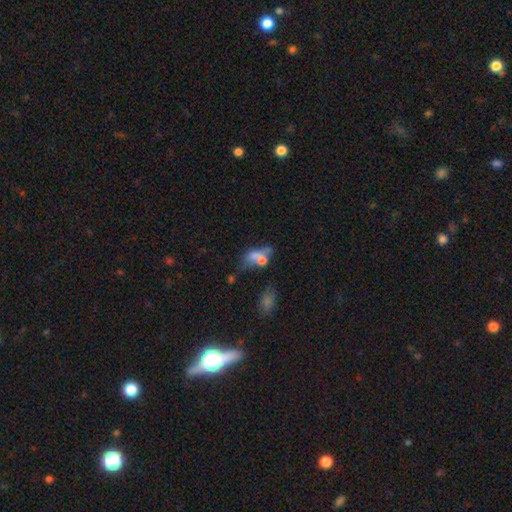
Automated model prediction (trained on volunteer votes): Smooth or featured? smooth (58%)
How rounded? in between (74%)
Merging? merger (47%)